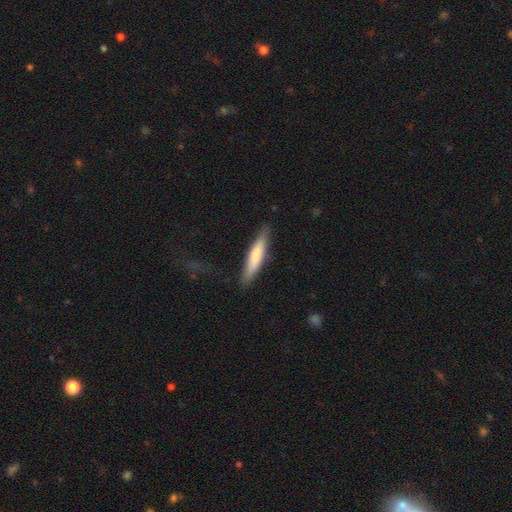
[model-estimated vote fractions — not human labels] smooth 71%, featured or disk 24%, star or artifact 5%. Down the decision tree: how rounded — cigar-shaped (86%); merging — none (83%).